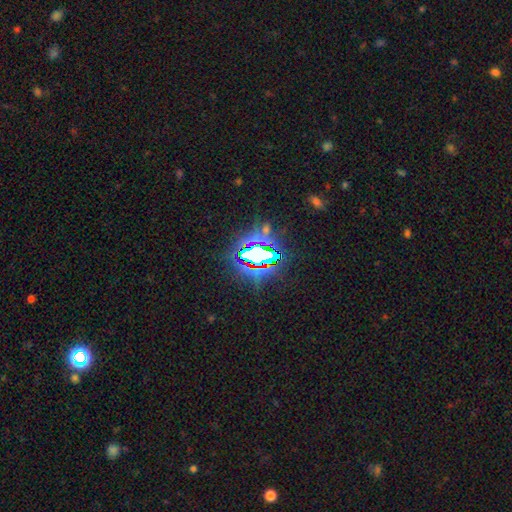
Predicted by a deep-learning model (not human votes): smooth_or_featured: star or artifact (p=0.75) [alt: smooth p=0.15]